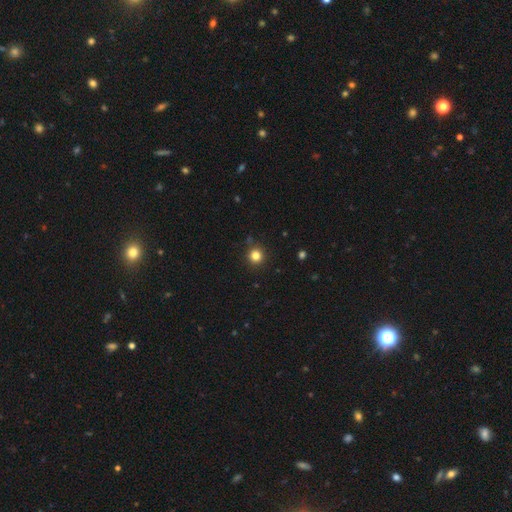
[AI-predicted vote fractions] Q: Smooth or featured?
A: smooth (82%); runner-up: star or artifact (14%)
Q: How rounded?
A: round (95%); runner-up: in between (4%)
Q: Merging?
A: none (90%); runner-up: minor disturbance (6%)